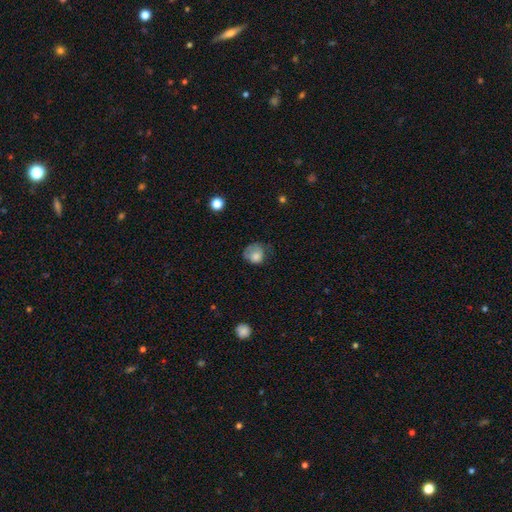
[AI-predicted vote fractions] The model was most divided on "merging": none: 38%, minor disturbance: 32%, major disturbance: 28%, merger: 2%. More confident: smooth or featured — smooth (76%); how rounded — round (71%).